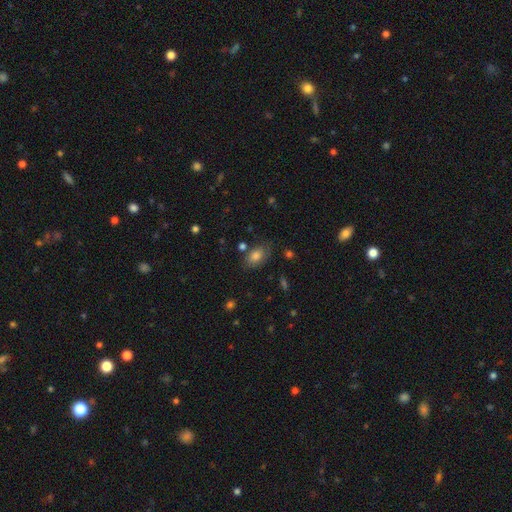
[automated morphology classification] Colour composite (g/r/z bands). It shows a smooth galaxy with no disk features (80%) that is in between round and cigar-shaped (88%). Merging: none (73%).